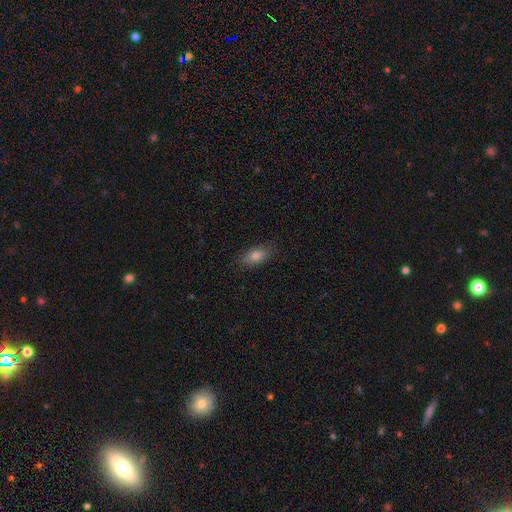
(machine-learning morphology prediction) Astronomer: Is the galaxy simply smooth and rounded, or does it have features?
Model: smooth — 78%.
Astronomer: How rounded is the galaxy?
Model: in between — 82%.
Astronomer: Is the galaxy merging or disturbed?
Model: none — 85%.